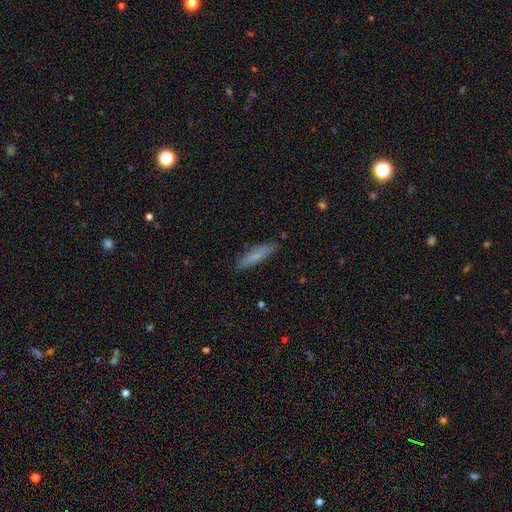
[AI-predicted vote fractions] This is likely a smooth galaxy (75%). How rounded: clearly cigar-shaped (82%). Merging: clearly none (86%).